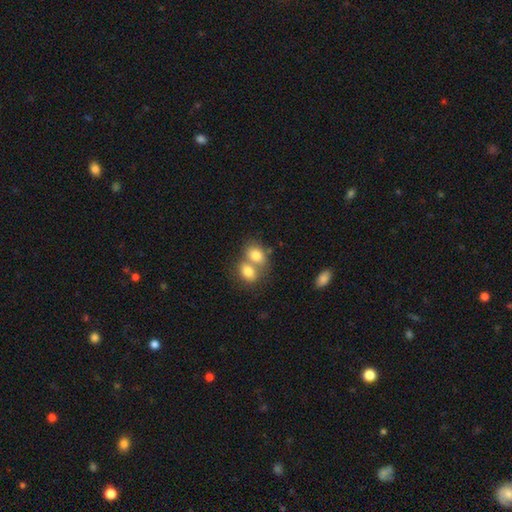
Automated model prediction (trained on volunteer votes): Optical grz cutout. It shows a smooth galaxy with no disk features (78%) that is in between round and cigar-shaped (68%). Merging: merger (66%).